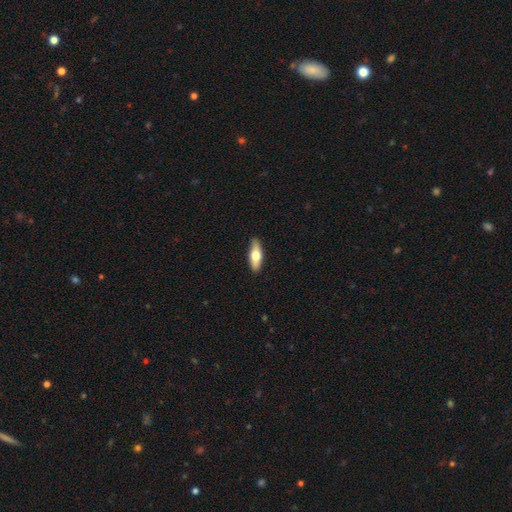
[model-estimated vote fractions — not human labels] Q: Smooth or featured?
A: smooth (61%); runner-up: featured or disk (33%)
Q: How rounded?
A: in between (63%); runner-up: cigar-shaped (34%)
Q: Merging?
A: none (89%); runner-up: minor disturbance (8%)